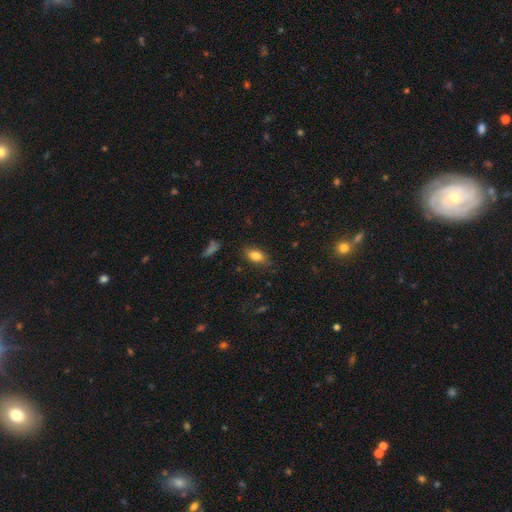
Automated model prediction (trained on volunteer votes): A smooth galaxy with no disk features (83%) that is in between round and cigar-shaped (87%).

Vote fractions:
- Smooth or featured? smooth: 83% / star or artifact: 9% / featured or disk: 8%
- How rounded? in between: 87% / round: 7% / cigar-shaped: 6%
- Merging? none: 80% / minor disturbance: 15% / major disturbance: 4% / merger: 2%